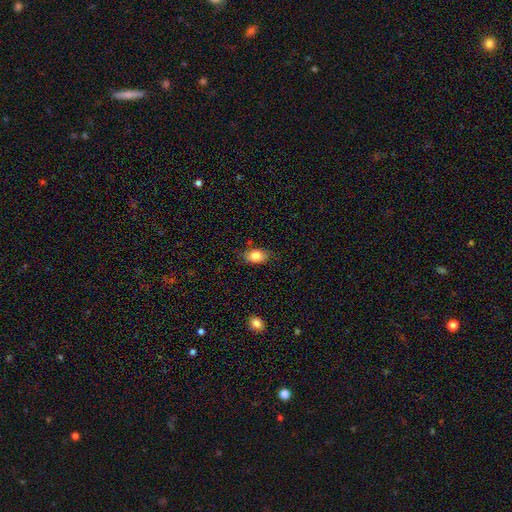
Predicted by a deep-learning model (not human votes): This appears to be a smooth galaxy with no disk features (83%) that is in between round and cigar-shaped (85%). Merging: none (78%).